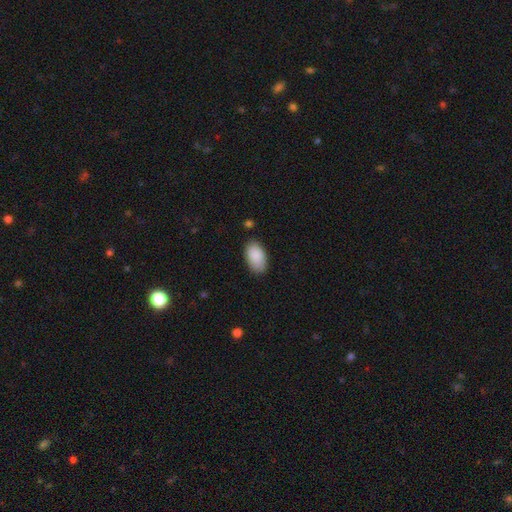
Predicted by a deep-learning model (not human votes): This appears to be a smooth galaxy with no disk features (90%) that is in between round and cigar-shaped (95%). Merging: none (80%).